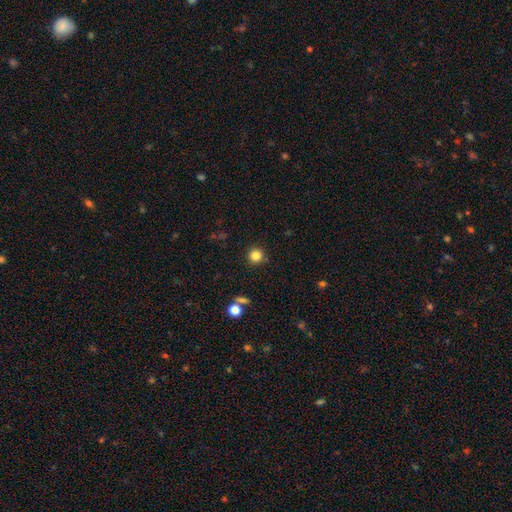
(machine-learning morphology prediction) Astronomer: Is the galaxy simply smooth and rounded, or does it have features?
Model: smooth — 83%.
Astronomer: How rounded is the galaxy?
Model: round — 94%.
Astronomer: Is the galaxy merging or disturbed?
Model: none — 89%.